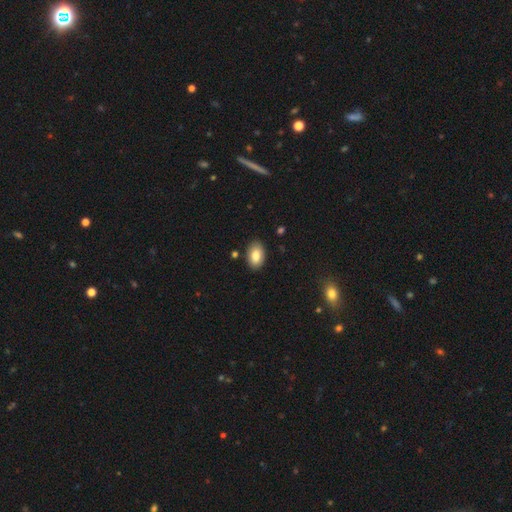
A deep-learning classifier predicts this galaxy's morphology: A smooth galaxy with no disk features (83%) that is in between round and cigar-shaped (90%).

Vote fractions:
- Smooth or featured? smooth: 83% / featured or disk: 10% / star or artifact: 7%
- How rounded? in between: 90% / round: 9% / cigar-shaped: 1%
- Merging? none: 88% / minor disturbance: 9% / major disturbance: 2% / merger: 2%